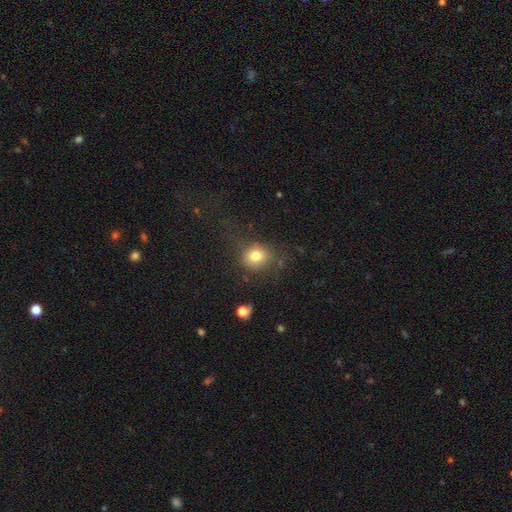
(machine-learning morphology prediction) smooth-or-featured: smooth: 79% | star or artifact: 12% | featured or disk: 9%
  how-rounded: round: 70% | in between: 28% | cigar-shaped: 1%
  merging: none: 71% | minor disturbance: 17% | major disturbance: 10% | merger: 3%